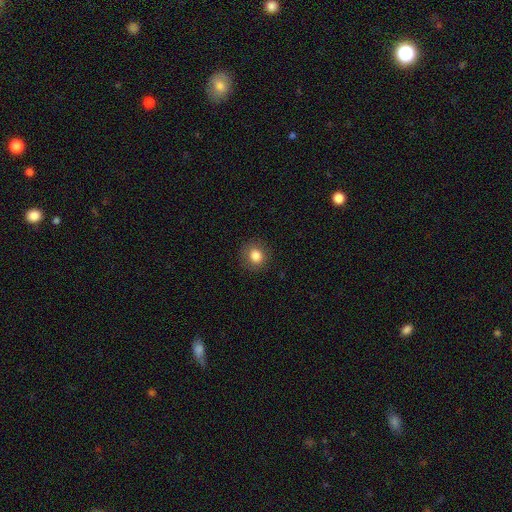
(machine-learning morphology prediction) smooth 83%, star or artifact 10%, featured or disk 7%. Down the decision tree: how rounded — round (86%); merging — none (88%).